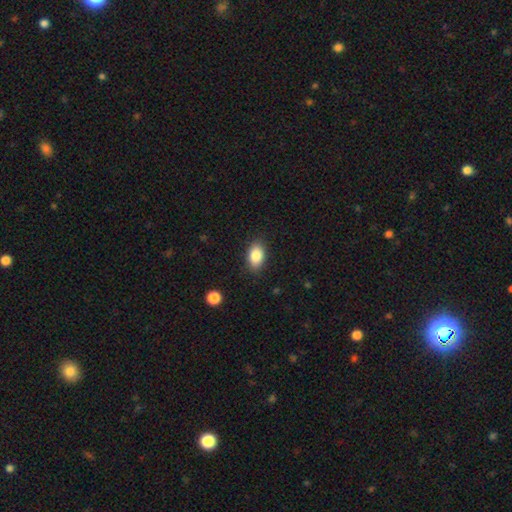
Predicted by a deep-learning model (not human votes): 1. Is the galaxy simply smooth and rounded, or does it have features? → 86% smooth, 8% star or artifact, 6% featured or disk.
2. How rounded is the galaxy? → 90% in between, 9% round, 2% cigar-shaped.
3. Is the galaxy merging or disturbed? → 87% none, 10% minor disturbance, 2% major disturbance, 1% merger.